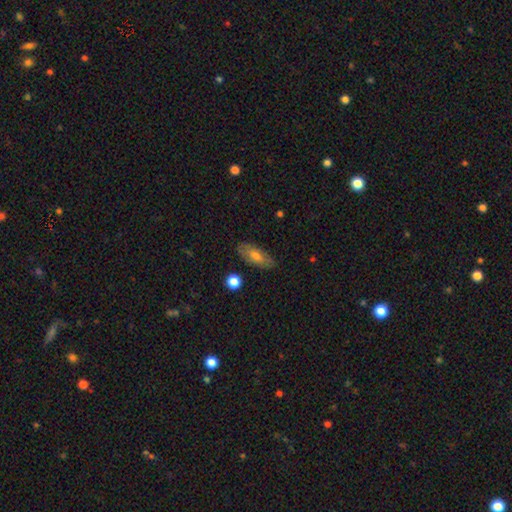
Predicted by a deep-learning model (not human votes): Smooth or featured: smooth — 66% (featured or disk — 27%)
How rounded: in between — 79% (cigar-shaped — 17%)
Merging: none — 84% (minor disturbance — 12%)